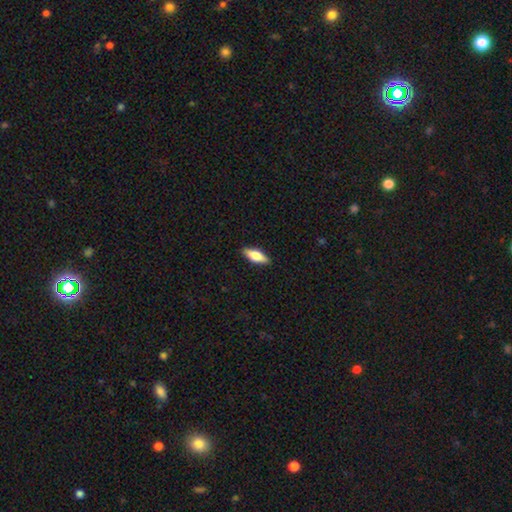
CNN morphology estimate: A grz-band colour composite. It shows a smooth galaxy with no disk features (69%) that is in between round and cigar-shaped (68%). Merging: none (89%).